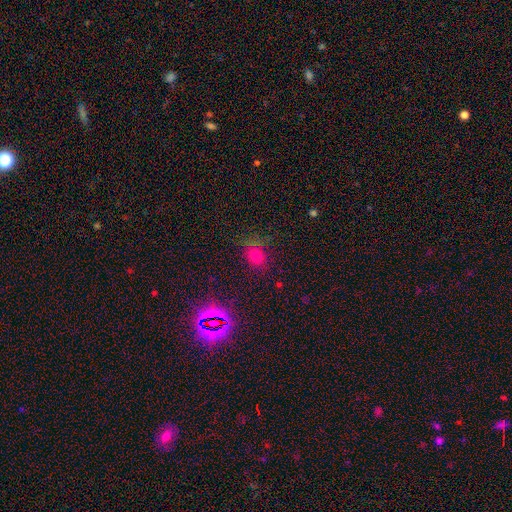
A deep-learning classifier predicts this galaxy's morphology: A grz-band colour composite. It shows a smooth galaxy with no disk features (69%) that is round (58%). Merging: none (76%).